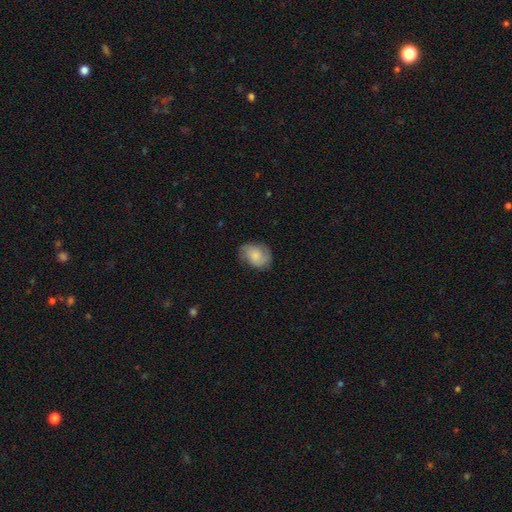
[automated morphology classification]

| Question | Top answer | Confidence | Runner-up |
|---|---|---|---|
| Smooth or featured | smooth | 71% | featured or disk (22%) |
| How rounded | in between | 69% | round (30%) |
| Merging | none | 70% | minor disturbance (22%) |